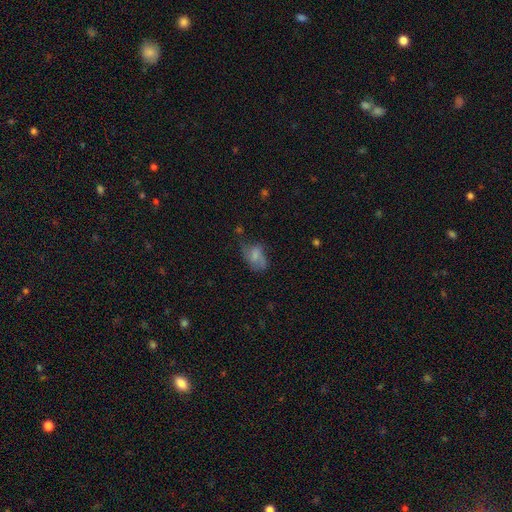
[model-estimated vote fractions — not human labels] A smooth galaxy with no disk features (63%) that is in between round and cigar-shaped (87%).

Vote fractions:
- Smooth or featured? smooth: 63% / featured or disk: 26% / star or artifact: 11%
- How rounded? in between: 87% / round: 11% / cigar-shaped: 2%
- Merging? none: 39% / minor disturbance: 33% / major disturbance: 24% / merger: 4%